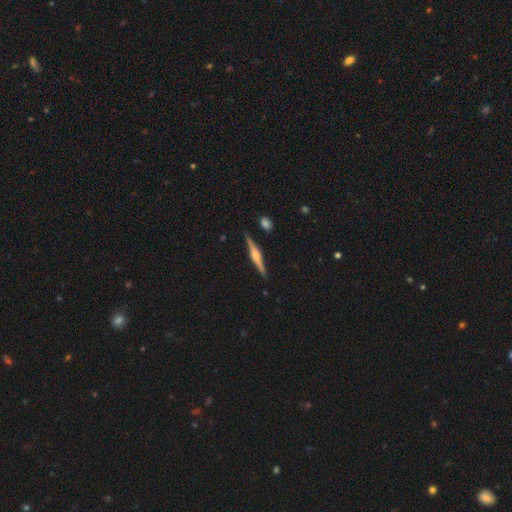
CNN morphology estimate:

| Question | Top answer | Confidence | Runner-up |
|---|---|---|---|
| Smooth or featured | featured or disk | 75% | smooth (20%) |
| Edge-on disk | yes | 98% | no (2%) |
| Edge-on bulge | rounded | 74% | boxy (21%) |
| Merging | none | 88% | minor disturbance (8%) |